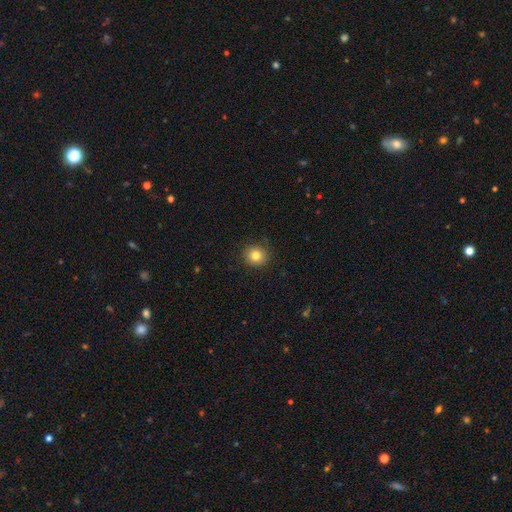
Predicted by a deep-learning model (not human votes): Q: Smooth or featured?
A: smooth (81%); runner-up: star or artifact (11%)
Q: How rounded?
A: round (89%); runner-up: in between (10%)
Q: Merging?
A: none (88%); runner-up: minor disturbance (9%)